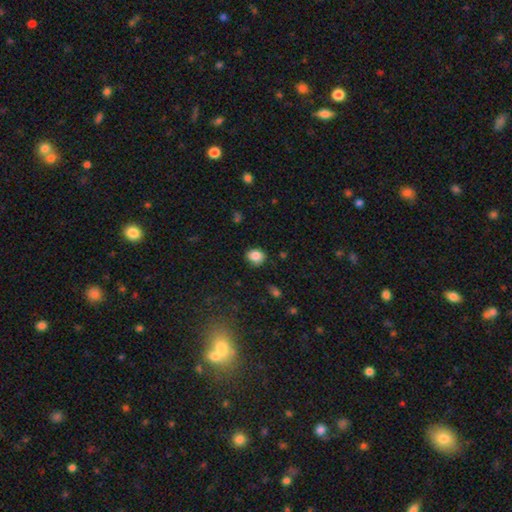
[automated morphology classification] Smooth or featured: smooth — 86% (star or artifact — 9%)
How rounded: round — 61% (in between — 38%)
Merging: none — 78% (minor disturbance — 17%)